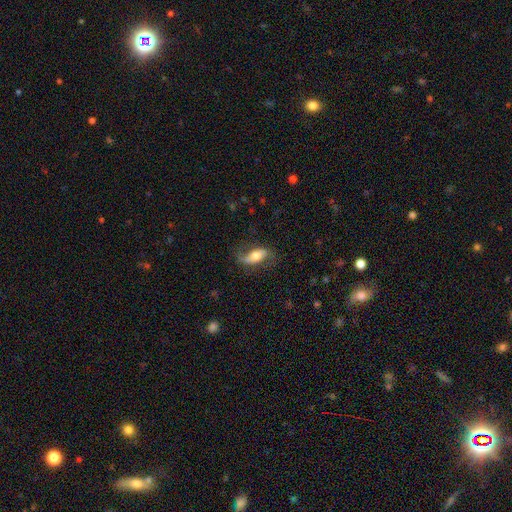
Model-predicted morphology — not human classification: Smooth or featured: featured or disk — 55% (smooth — 38%)
Edge-on disk: no — 84% (yes — 16%)
Merging: none — 68% (minor disturbance — 19%)